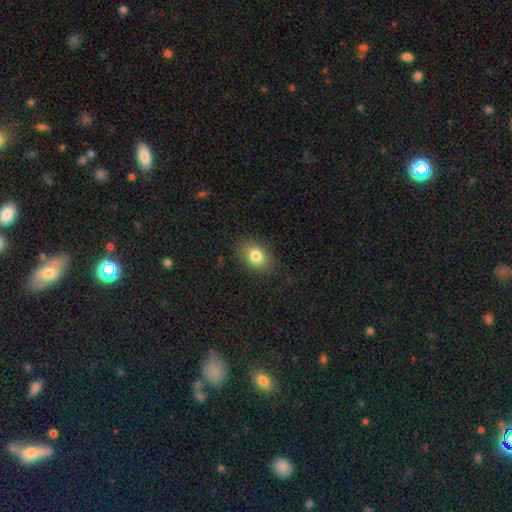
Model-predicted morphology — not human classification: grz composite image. It shows a smooth galaxy with no disk features (82%) that is in between round and cigar-shaped (76%). Merging: none (83%).